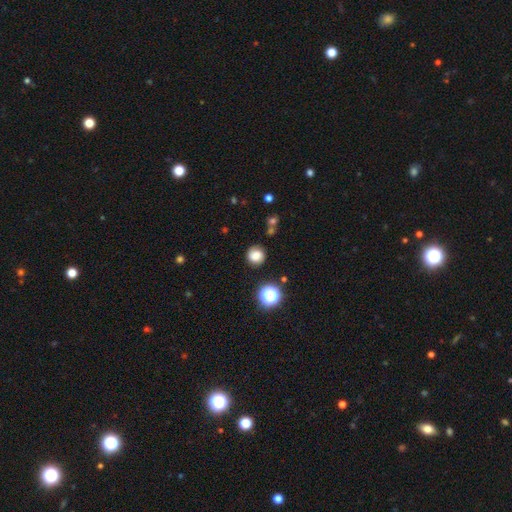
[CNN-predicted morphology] A smooth galaxy with no disk features (79%) that is round (89%). Merging: none (83%).